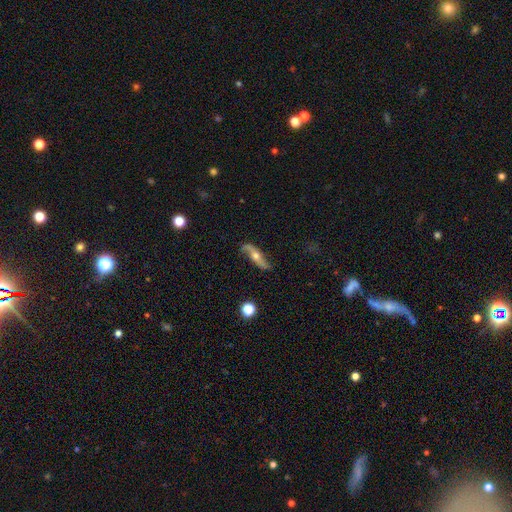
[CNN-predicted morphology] This is likely a featured or disk galaxy (74%). It is likely not viewed edge-on (65%). Merging: likely none (76%).